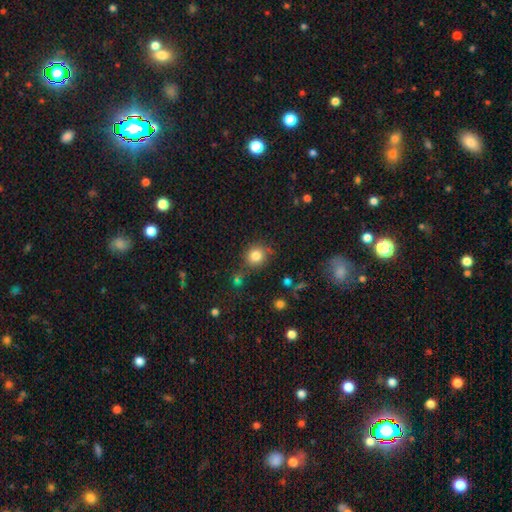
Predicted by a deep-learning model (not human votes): Morphology: type=smooth (82%); roundness=round (85%); merging=none (74%).